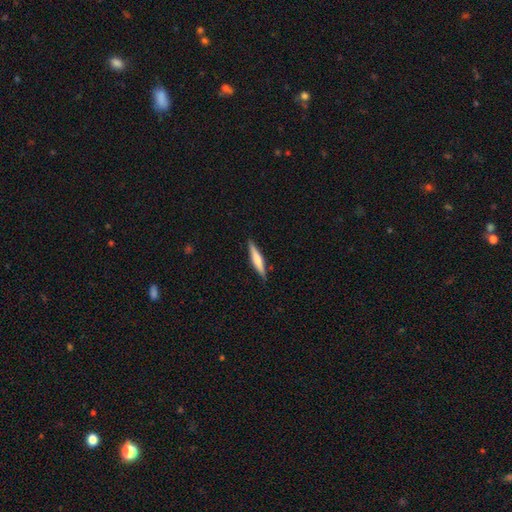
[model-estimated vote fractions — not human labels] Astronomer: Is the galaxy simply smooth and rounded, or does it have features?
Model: smooth — 56% (runner-up: featured or disk, 38%).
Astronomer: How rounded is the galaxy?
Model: cigar-shaped — 89%.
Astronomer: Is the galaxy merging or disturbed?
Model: none — 88%.